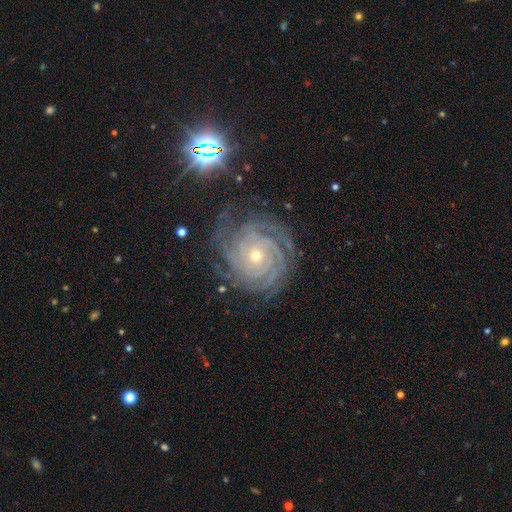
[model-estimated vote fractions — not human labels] smooth_or_featured: featured or disk (p=0.89) [alt: star or artifact p=0.07]
disk_edge_on: no (p=0.98) [alt: yes p=0.02]
bar: no (p=0.74) [alt: weak p=0.17]
has_spiral_arms: yes (p=0.99) [alt: no p=0.01]
spiral_winding: tight (p=0.87) [alt: medium p=0.11]
spiral_arm_count: 4 (p=0.28) [alt: more than 4 p=0.19]
bulge_size: small (p=0.58) [alt: moderate p=0.39]
merging: none (p=0.79) [alt: minor disturbance p=0.15]